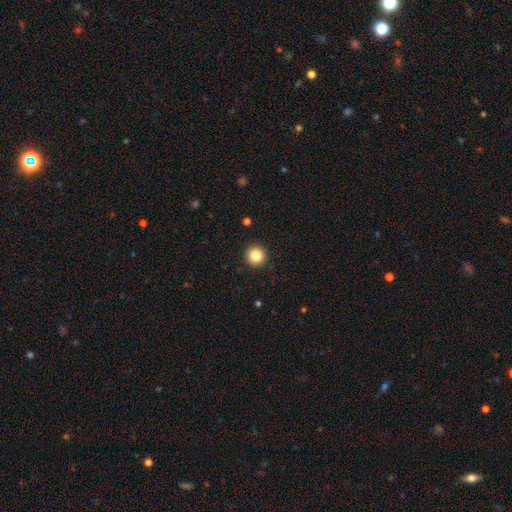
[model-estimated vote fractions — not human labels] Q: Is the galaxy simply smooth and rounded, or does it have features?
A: smooth — 84%.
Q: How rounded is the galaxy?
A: round — 96%.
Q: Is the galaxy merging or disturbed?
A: none — 93%.